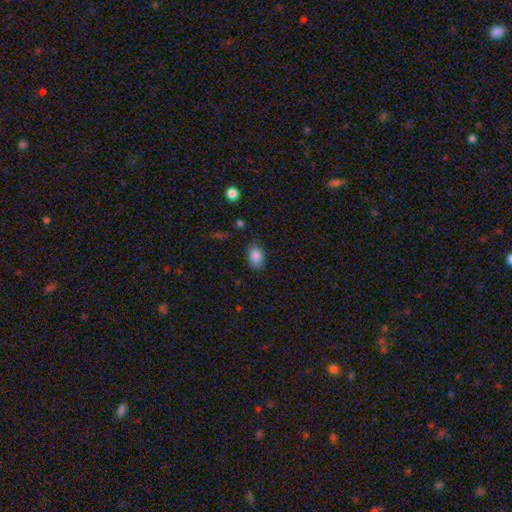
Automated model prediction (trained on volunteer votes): The model was most divided on "how rounded": in between: 81%, round: 18%, cigar-shaped: 1%. More confident: smooth or featured — smooth (86%); merging — none (80%).